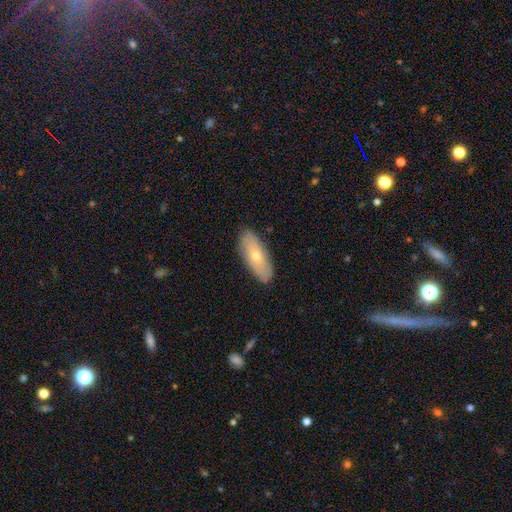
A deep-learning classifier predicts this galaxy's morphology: type=smooth (57%); roundness=in between (76%); merging=none (87%).